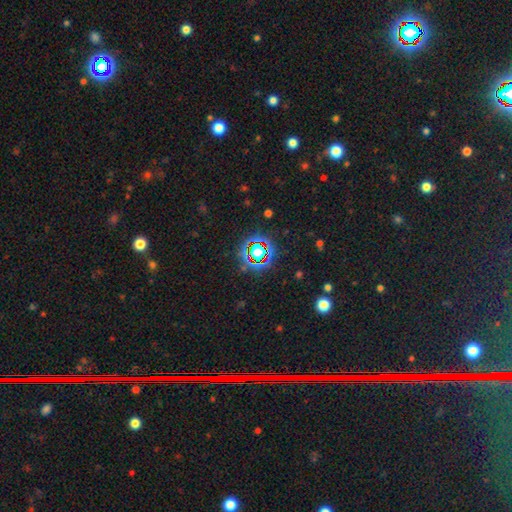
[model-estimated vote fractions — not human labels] This appears to be a star or artifact, not a galaxy (72%).